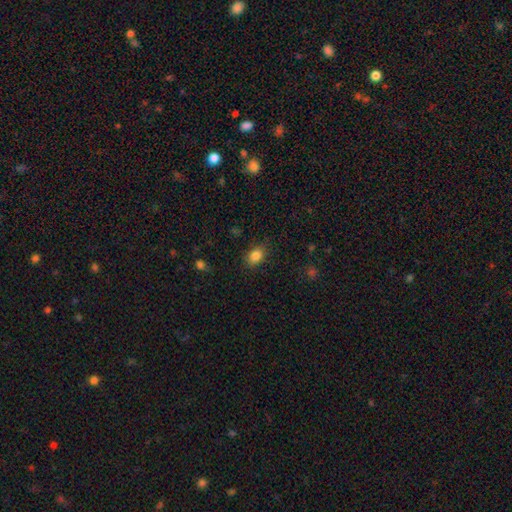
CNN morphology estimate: The model was most divided on "how rounded": in between: 73%, round: 26%, cigar-shaped: 1%. More confident: smooth or featured — smooth (85%); merging — none (84%).